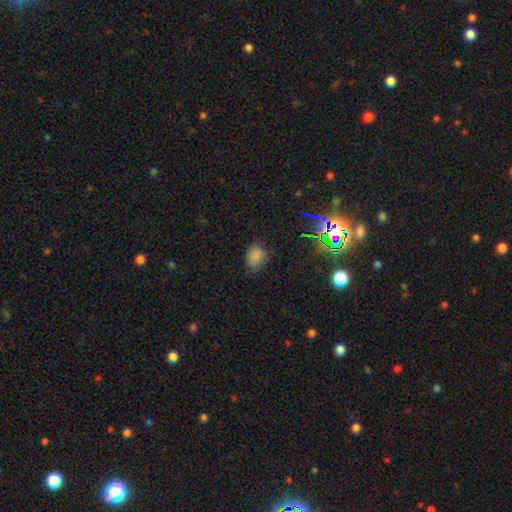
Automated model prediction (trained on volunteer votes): A smooth galaxy with no disk features (76%) that is in between round and cigar-shaped (73%).

Vote fractions:
- Smooth or featured? smooth: 76% / star or artifact: 17% / featured or disk: 7%
- How rounded? in between: 73% / round: 26% / cigar-shaped: 1%
- Merging? none: 65% / minor disturbance: 27% / major disturbance: 7% / merger: 1%